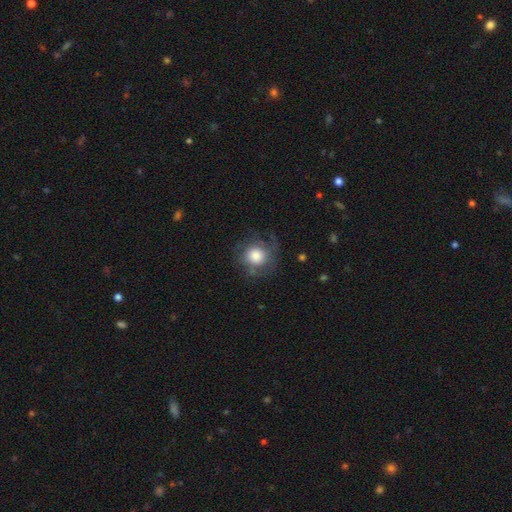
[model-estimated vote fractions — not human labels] Overall: smooth (60%; featured or disk 30%). How rounded: round (88%). Merging: none (62%).